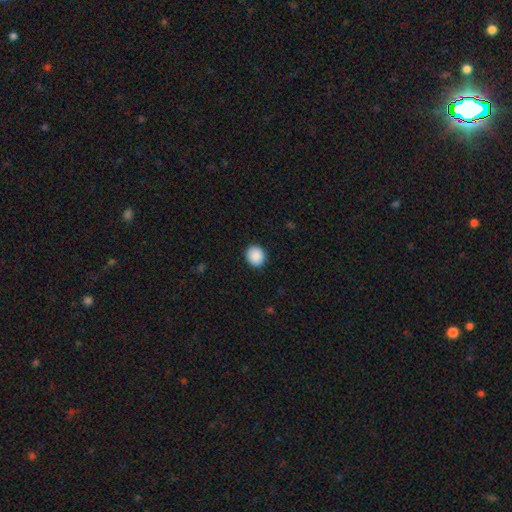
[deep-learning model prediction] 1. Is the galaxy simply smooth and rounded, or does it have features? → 90% smooth, 8% star or artifact, 3% featured or disk.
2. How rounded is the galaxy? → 79% round, 20% in between, 1% cigar-shaped.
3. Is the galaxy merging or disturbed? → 91% none, 6% minor disturbance, 2% major disturbance, 1% merger.